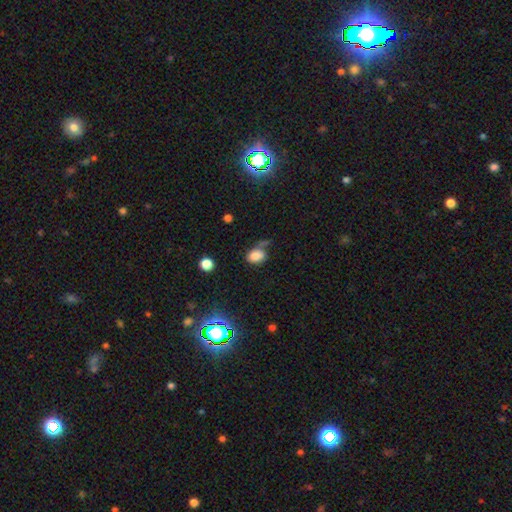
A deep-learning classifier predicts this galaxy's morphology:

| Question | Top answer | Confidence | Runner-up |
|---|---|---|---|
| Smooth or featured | smooth | 79% | star or artifact (12%) |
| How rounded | in between | 71% | round (27%) |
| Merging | none | 44% | minor disturbance (24%) |